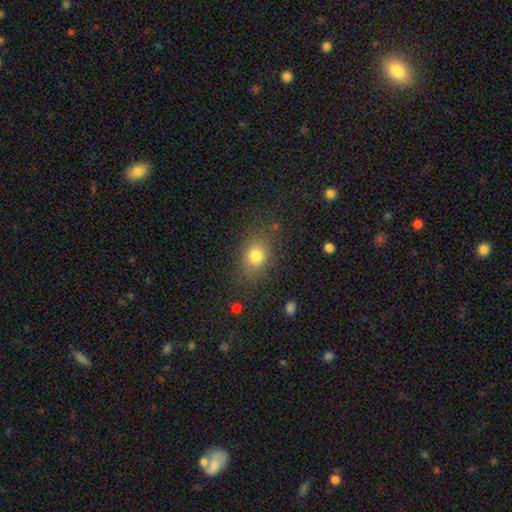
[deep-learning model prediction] The model was most divided on "how rounded": in between: 58%, round: 40%, cigar-shaped: 2%. More confident: smooth or featured — smooth (78%); merging — none (77%).